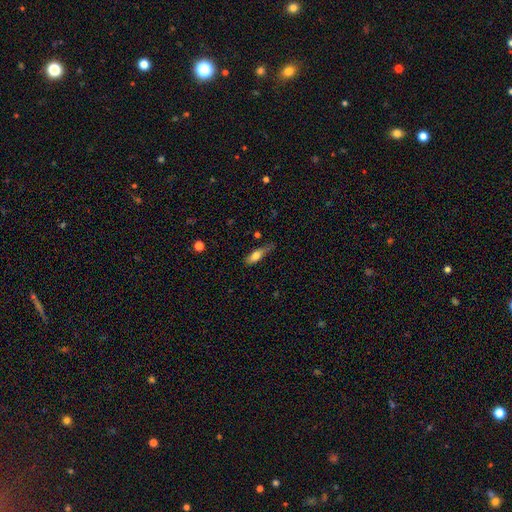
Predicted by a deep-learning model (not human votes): smooth_or_featured: smooth (p=0.72) [alt: featured or disk p=0.21]
how_rounded: in between (p=0.53) [alt: cigar-shaped p=0.44]
merging: none (p=0.54) [alt: minor disturbance p=0.33]